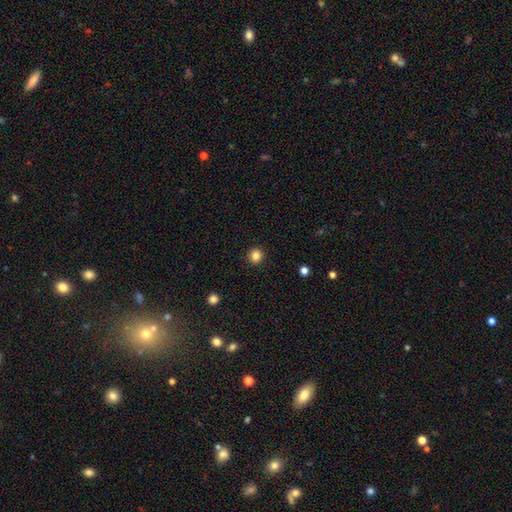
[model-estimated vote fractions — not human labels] A smooth galaxy with no disk features (84%) that is round (91%).

Vote fractions:
- Smooth or featured? smooth: 84% / star or artifact: 12% / featured or disk: 5%
- How rounded? round: 91% / in between: 9% / cigar-shaped: 1%
- Merging? none: 92% / minor disturbance: 5% / major disturbance: 2% / merger: 1%